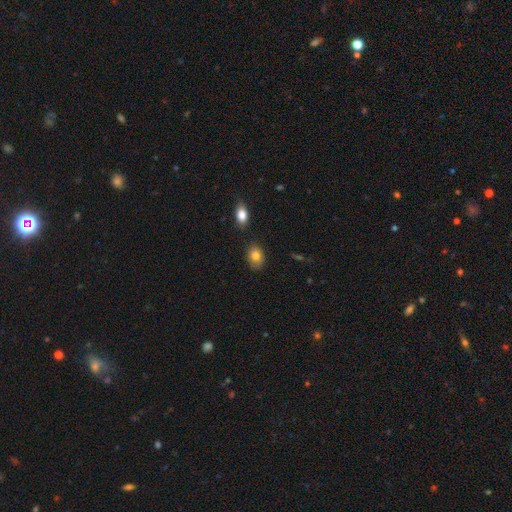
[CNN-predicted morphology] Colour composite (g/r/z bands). It shows a smooth galaxy with no disk features (81%) that is in between round and cigar-shaped (69%). Merging: none (78%).